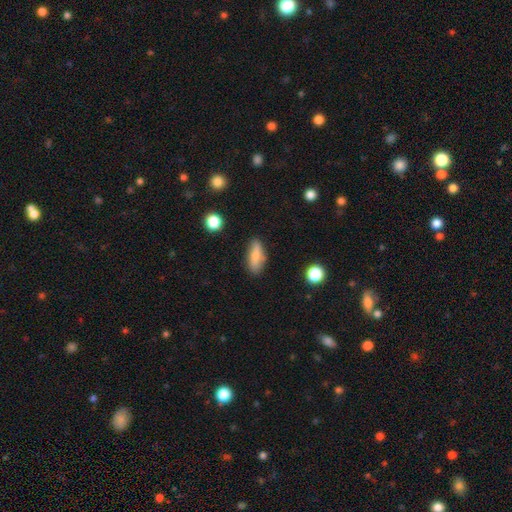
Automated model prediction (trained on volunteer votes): A smooth galaxy with no disk features (75%) that is in between round and cigar-shaped (66%). Merging: none (75%).